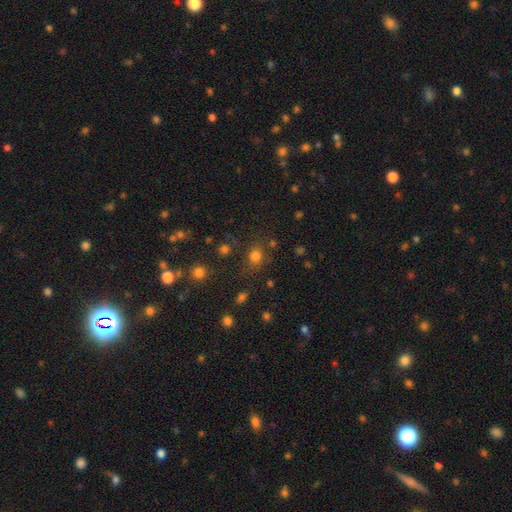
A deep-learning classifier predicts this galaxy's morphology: Smooth or featured?
  - smooth: 76% *
  - star or artifact: 17%
  - featured or disk: 6%
How rounded?
  - round: 68% *
  - in between: 31%
  - cigar-shaped: 1%
Merging?
  - none: 72% *
  - minor disturbance: 14%
  - major disturbance: 7%
  - merger: 7%